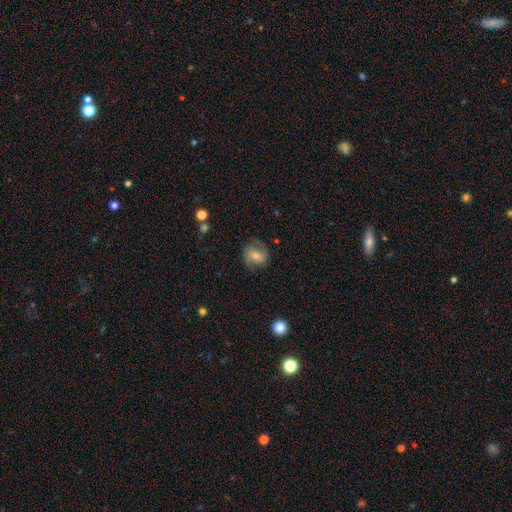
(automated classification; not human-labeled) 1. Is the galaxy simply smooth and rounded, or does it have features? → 48% featured or disk, 42% smooth, 10% star or artifact.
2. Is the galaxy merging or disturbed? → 75% none, 17% minor disturbance, 7% major disturbance, 1% merger.